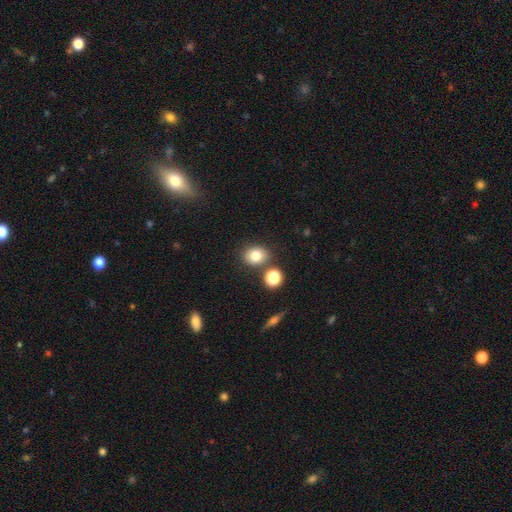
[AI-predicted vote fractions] Smooth or featured?
  - smooth: 79% *
  - star or artifact: 12%
  - featured or disk: 9%
How rounded?
  - round: 55% *
  - in between: 44%
  - cigar-shaped: 1%
Merging?
  - none: 76% *
  - minor disturbance: 11%
  - merger: 10%
  - major disturbance: 3%